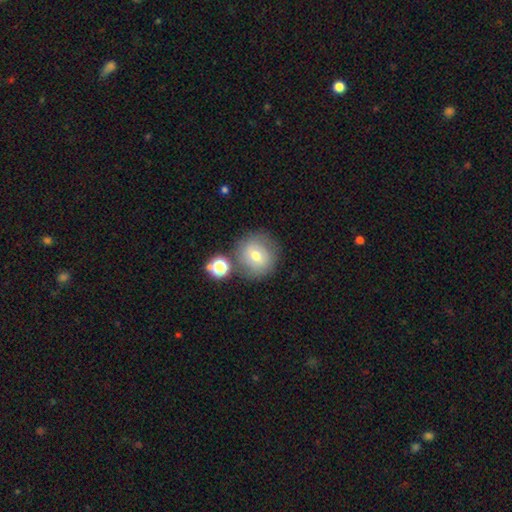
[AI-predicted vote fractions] A smooth galaxy with no disk features (60%) that is round (90%). Merging: none (69%).